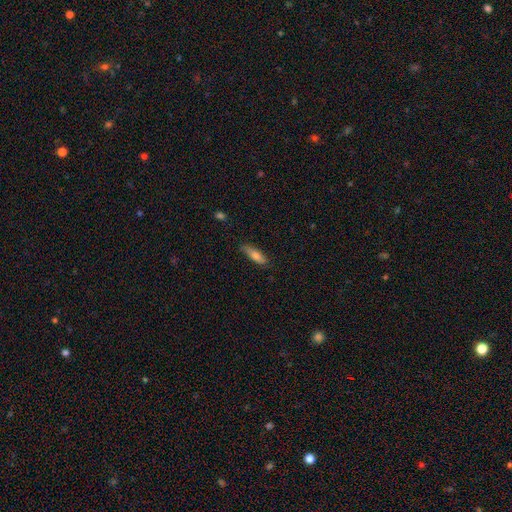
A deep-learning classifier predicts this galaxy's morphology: The model was most divided on "how rounded": cigar-shaped: 60%, in between: 38%, round: 2%. More confident: merging — none (81%); smooth or featured — smooth (70%).